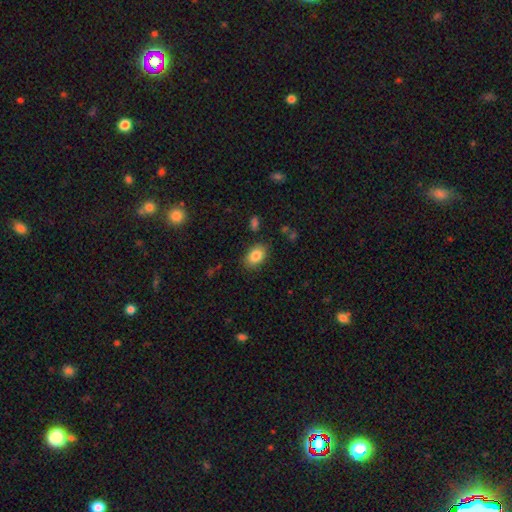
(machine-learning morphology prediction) Overall: smooth (85%). How rounded: in between (84%). Merging: none (84%).